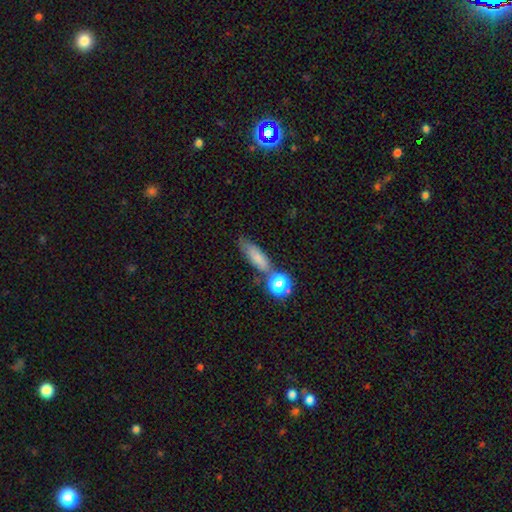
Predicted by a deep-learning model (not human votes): Morphology: type=smooth (69%); roundness=in between (45%); merging=none (59%).